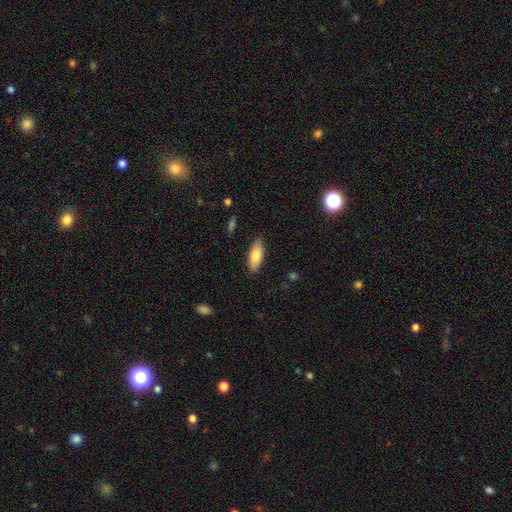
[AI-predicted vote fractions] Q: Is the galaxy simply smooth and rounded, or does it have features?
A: smooth — 82%.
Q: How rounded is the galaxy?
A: in between — 79%.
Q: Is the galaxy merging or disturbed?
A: none — 87%.